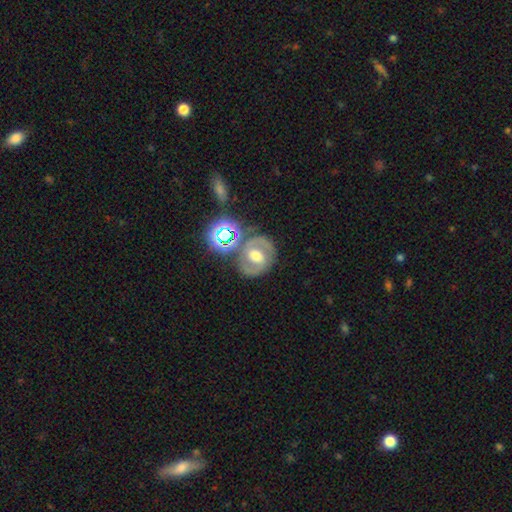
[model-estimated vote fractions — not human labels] Smooth or featured? Predicted: featured or disk (p=0.66). Edge-on disk? Predicted: no (p=0.97). Bar? Predicted: no (p=0.40). Spiral arms? Predicted: yes (p=0.78). Bulge size? Predicted: moderate (p=0.62). Merging? Predicted: none (p=0.68).